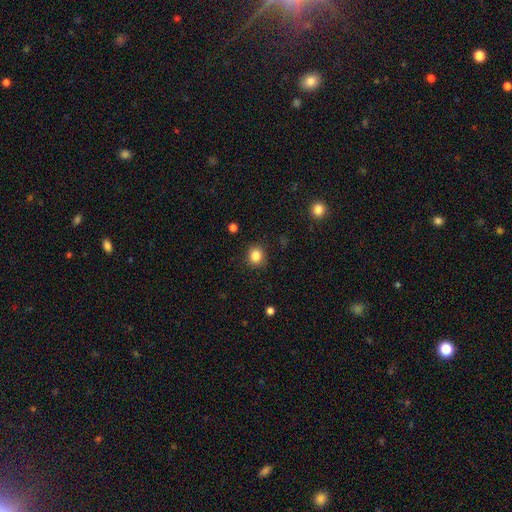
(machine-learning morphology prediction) smooth 85%, star or artifact 11%, featured or disk 4%. Down the decision tree: how rounded — round (86%); merging — none (89%).